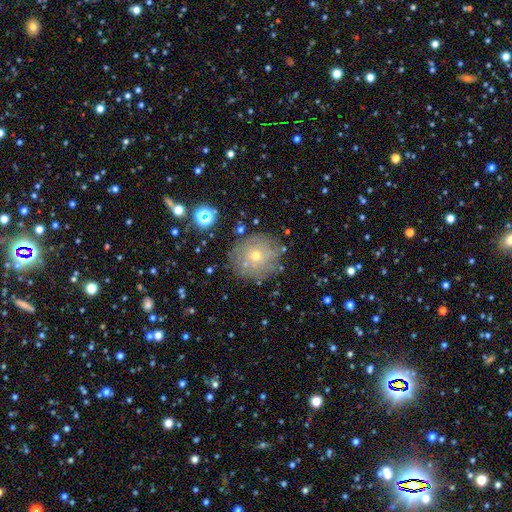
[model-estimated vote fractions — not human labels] smooth-or-featured: smooth: 52% | featured or disk: 29% | star or artifact: 19%
  how-rounded: round: 90% | in between: 9% | cigar-shaped: 1%
  merging: none: 81% | minor disturbance: 12% | major disturbance: 5% | merger: 3%